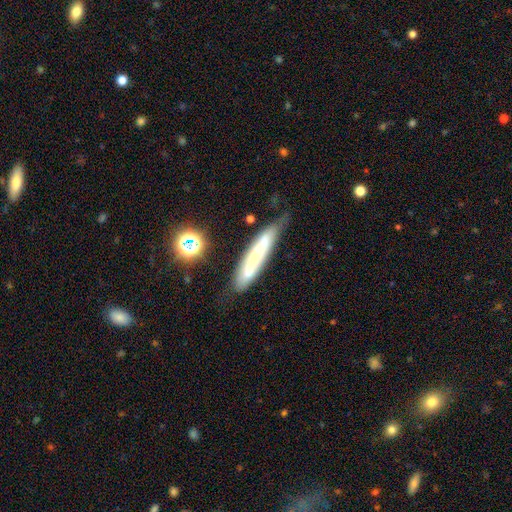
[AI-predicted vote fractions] Morphology: type=smooth (52%); roundness=cigar-shaped (86%); merging=none (58%).